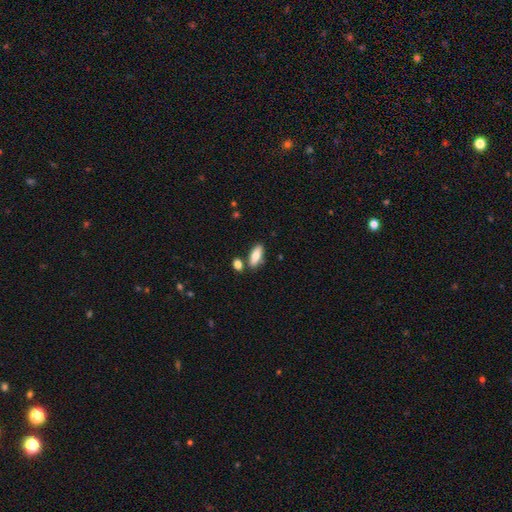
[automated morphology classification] Smooth or featured?
  - smooth: 79% *
  - featured or disk: 15%
  - star or artifact: 6%
How rounded?
  - in between: 72% *
  - cigar-shaped: 25%
  - round: 3%
Merging?
  - none: 75% *
  - merger: 12%
  - minor disturbance: 11%
  - major disturbance: 3%